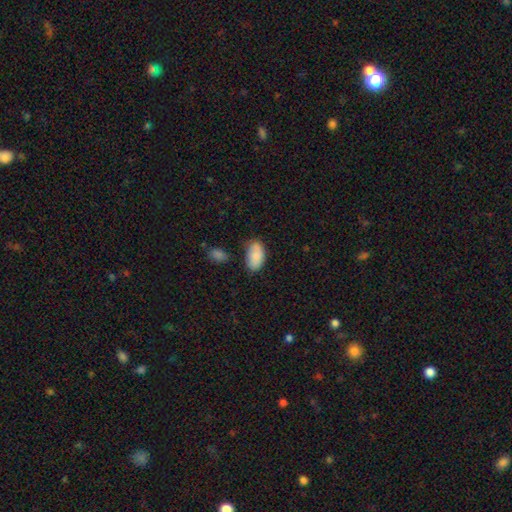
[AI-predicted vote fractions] smooth-or-featured: smooth: 86% | featured or disk: 7% | star or artifact: 7%
  how-rounded: in between: 94% | round: 4% | cigar-shaped: 2%
  merging: none: 69% | minor disturbance: 20% | merger: 6% | major disturbance: 5%